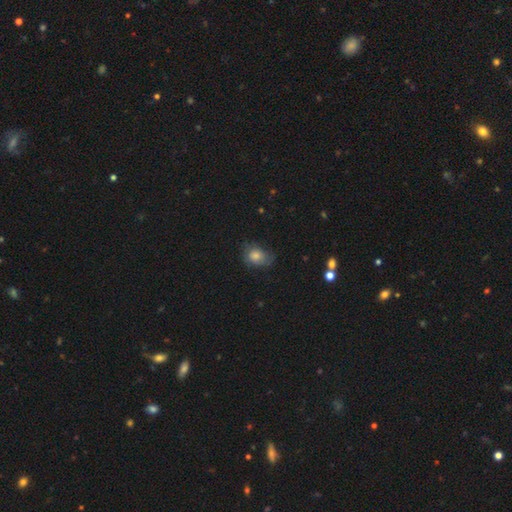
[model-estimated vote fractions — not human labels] smooth_or_featured: smooth (p=0.75) [alt: featured or disk p=0.15]
how_rounded: in between (p=0.55) [alt: round p=0.44]
merging: none (p=0.56) [alt: minor disturbance p=0.31]